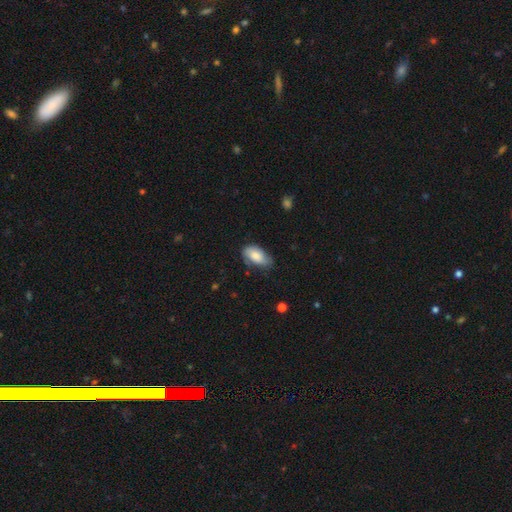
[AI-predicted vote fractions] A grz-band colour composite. It shows a smooth galaxy with no disk features (74%) that is in between round and cigar-shaped (93%). Merging: none (56%).